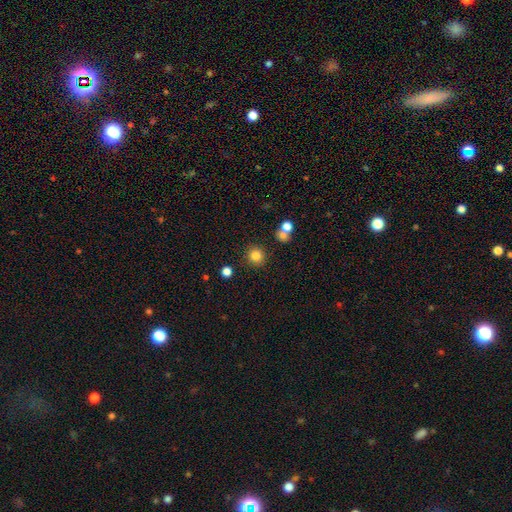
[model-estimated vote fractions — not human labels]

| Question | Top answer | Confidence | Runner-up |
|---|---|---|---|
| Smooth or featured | smooth | 82% | star or artifact (12%) |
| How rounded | round | 93% | in between (6%) |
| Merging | none | 86% | minor disturbance (7%) |